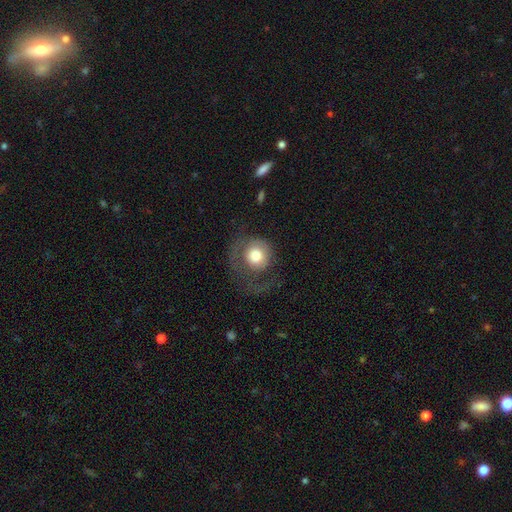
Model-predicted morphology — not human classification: type=smooth (65%); roundness=round (89%); merging=major disturbance (40%, tied with none).